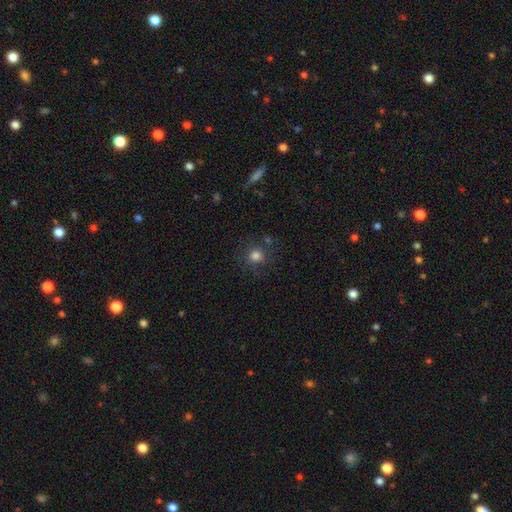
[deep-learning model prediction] smooth 79%, star or artifact 14%, featured or disk 7%. Down the decision tree: how rounded — round (90%); merging — none (79%).